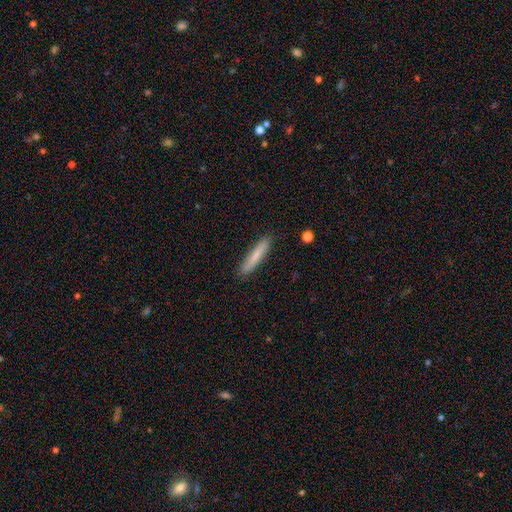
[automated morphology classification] Smooth or featured? smooth (75%)
How rounded? cigar-shaped (91%)
Merging? none (89%)